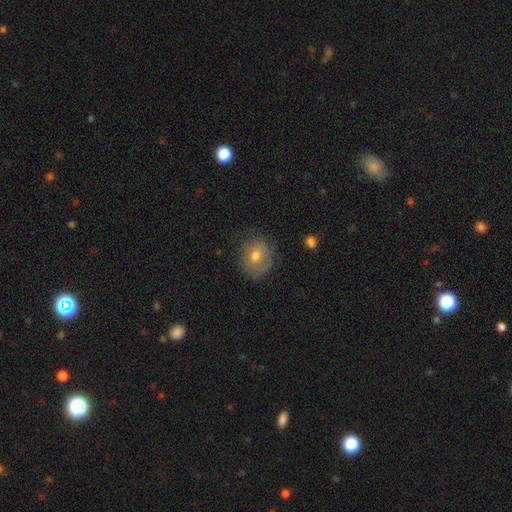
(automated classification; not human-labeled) This is likely a smooth galaxy (62%). How rounded: likely round (70%). Merging: likely none (68%).